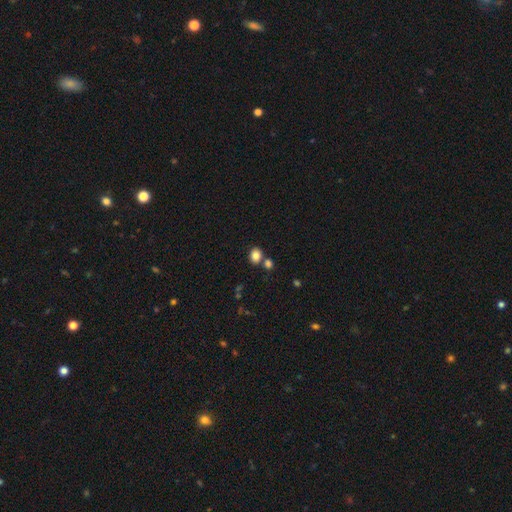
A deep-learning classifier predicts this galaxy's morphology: A smooth galaxy with no disk features (83%) that is round (54%). Merging: none (68%).